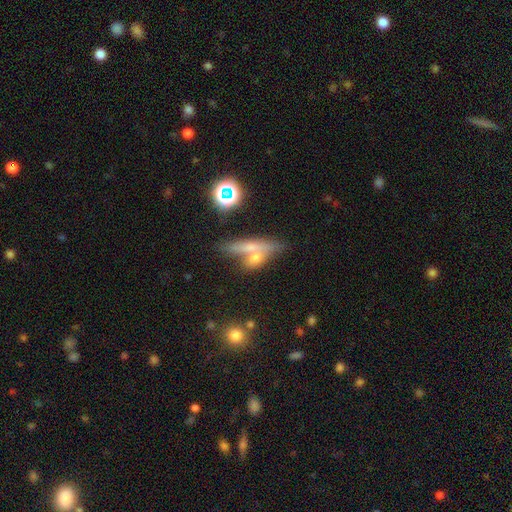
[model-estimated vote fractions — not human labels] smooth_or_featured: smooth (p=0.53) [alt: featured or disk p=0.33]
how_rounded: cigar-shaped (p=0.52) [alt: in between p=0.39]
merging: merger (p=0.44) [alt: none p=0.38]